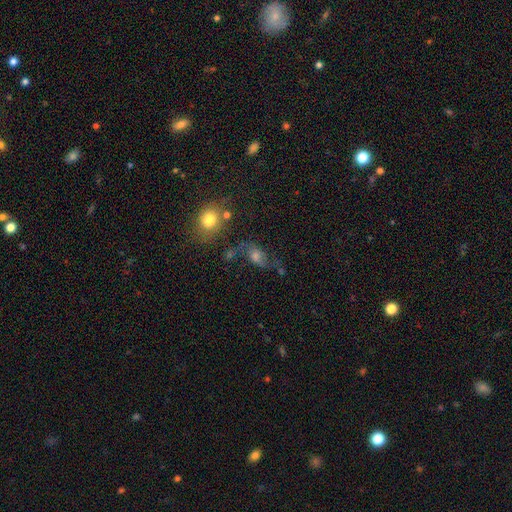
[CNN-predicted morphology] featured or disk 41%, smooth 38%, star or artifact 21%. Down the decision tree: merging — none (50%).